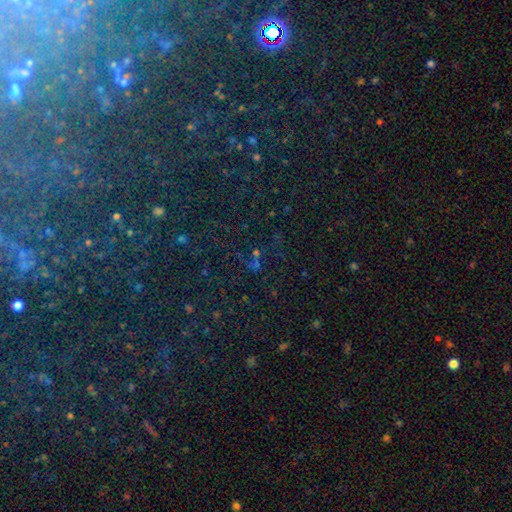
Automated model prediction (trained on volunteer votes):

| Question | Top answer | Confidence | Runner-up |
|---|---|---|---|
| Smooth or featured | star or artifact | 80% | smooth (12%) |